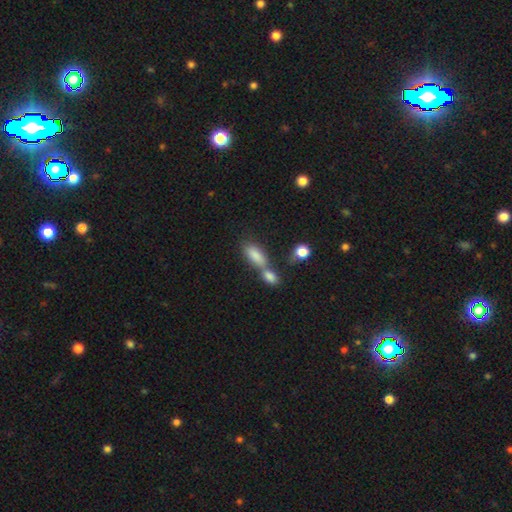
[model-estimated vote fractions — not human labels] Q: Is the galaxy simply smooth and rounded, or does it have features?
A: smooth — 71%.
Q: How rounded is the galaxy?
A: in between — 72%.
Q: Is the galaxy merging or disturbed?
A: merger — 46%.